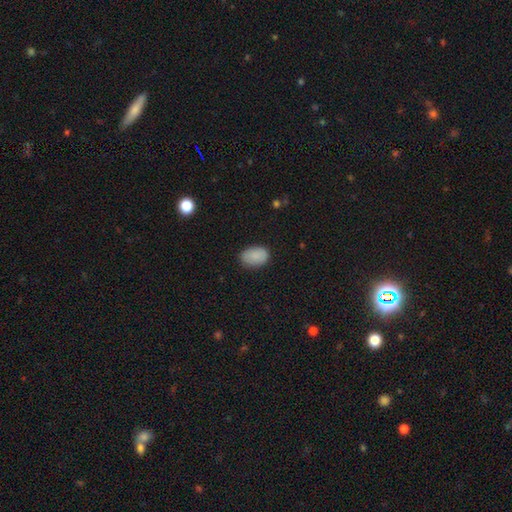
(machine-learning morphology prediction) This appears to be a smooth galaxy with no disk features (88%) that is in between round and cigar-shaped (88%). Merging: none (82%).